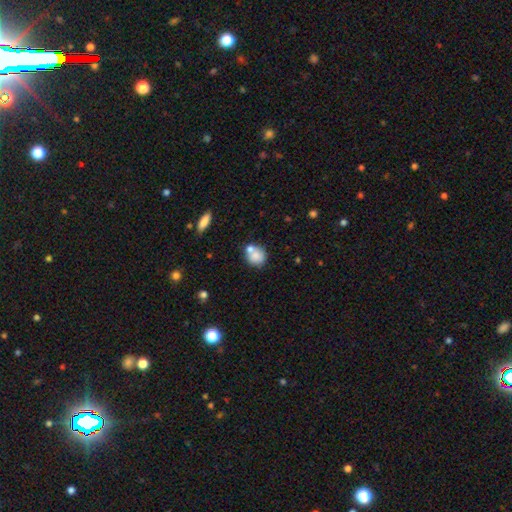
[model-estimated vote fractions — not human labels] Smooth or featured: smooth — 77% (featured or disk — 14%)
How rounded: round — 71% (in between — 28%)
Merging: none — 48% (merger — 34%)